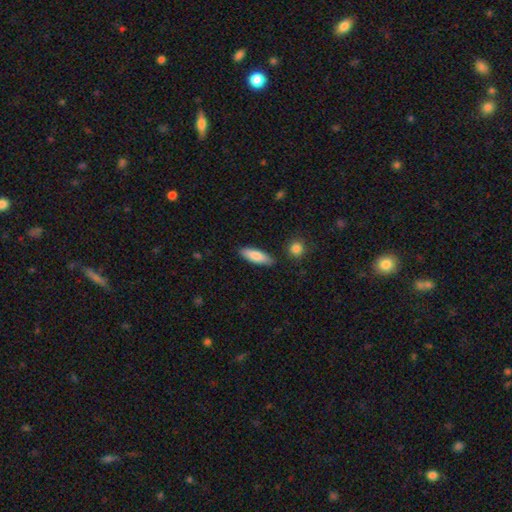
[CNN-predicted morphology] type=smooth (82%); roundness=in between (55%); merging=none (86%).